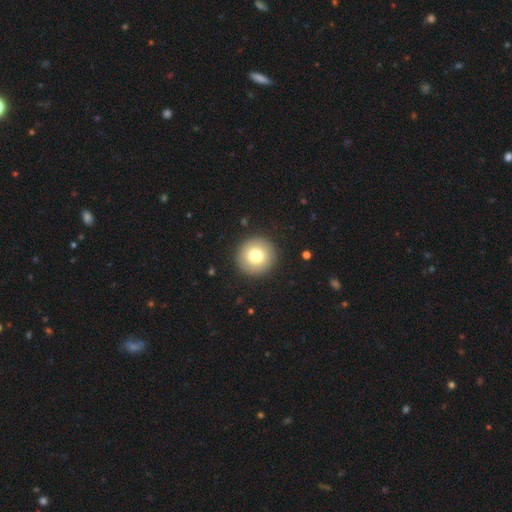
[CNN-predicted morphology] Q: Smooth or featured?
A: smooth (77%); runner-up: featured or disk (15%)
Q: How rounded?
A: round (96%); runner-up: in between (3%)
Q: Merging?
A: none (91%); runner-up: minor disturbance (6%)